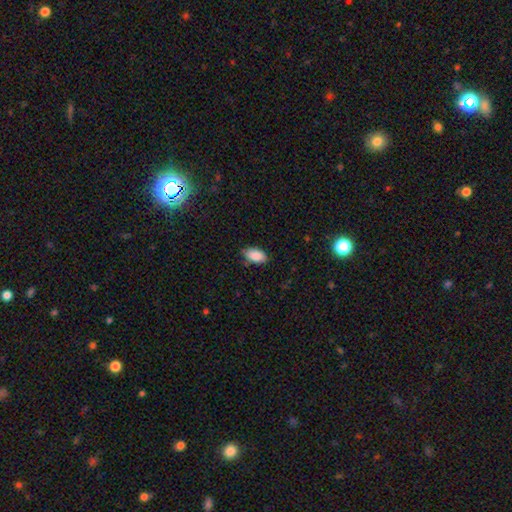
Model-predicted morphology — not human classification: smooth_or_featured: smooth (p=0.88) [alt: star or artifact p=0.07]
how_rounded: in between (p=0.93) [alt: round p=0.04]
merging: none (p=0.78) [alt: minor disturbance p=0.18]